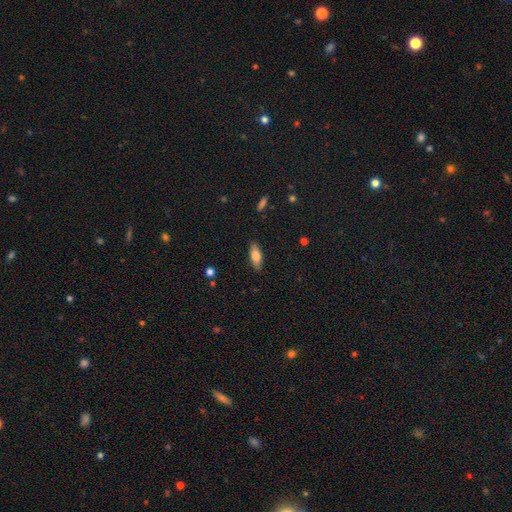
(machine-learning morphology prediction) Smooth or featured? smooth (73%)
How rounded? in between (67%)
Merging? none (88%)